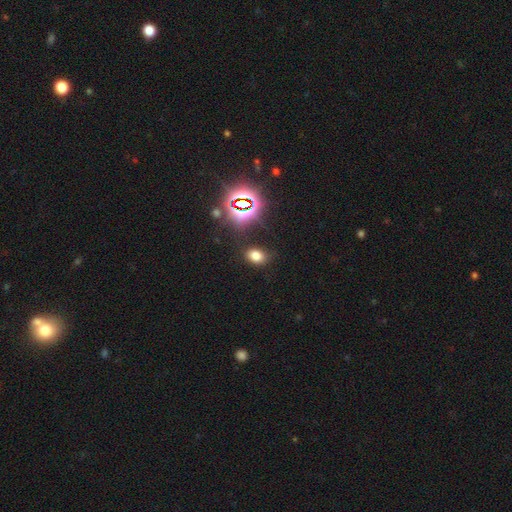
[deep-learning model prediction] smooth-or-featured: smooth: 70% | star or artifact: 23% | featured or disk: 7%
  how-rounded: in between: 72% | round: 26% | cigar-shaped: 1%
  merging: none: 82% | minor disturbance: 12% | major disturbance: 4% | merger: 2%